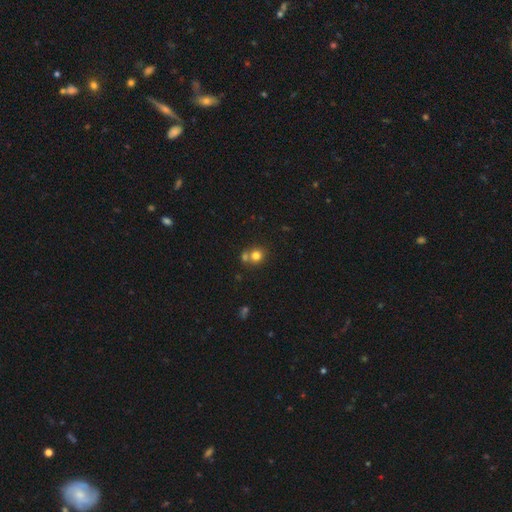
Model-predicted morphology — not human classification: smooth-or-featured: smooth: 78% | star or artifact: 13% | featured or disk: 9%
  how-rounded: round: 85% | in between: 14% | cigar-shaped: 1%
  merging: none: 54% | merger: 35% | minor disturbance: 8% | major disturbance: 3%